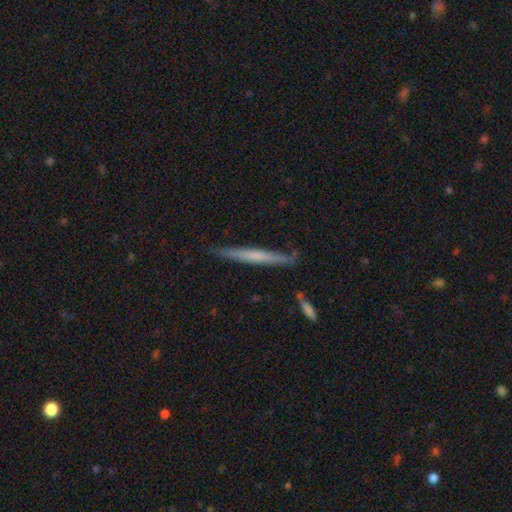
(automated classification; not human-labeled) smooth-or-featured: smooth: 50% | featured or disk: 45% | star or artifact: 6%
  merging: none: 83% | minor disturbance: 12% | merger: 2% | major disturbance: 2%